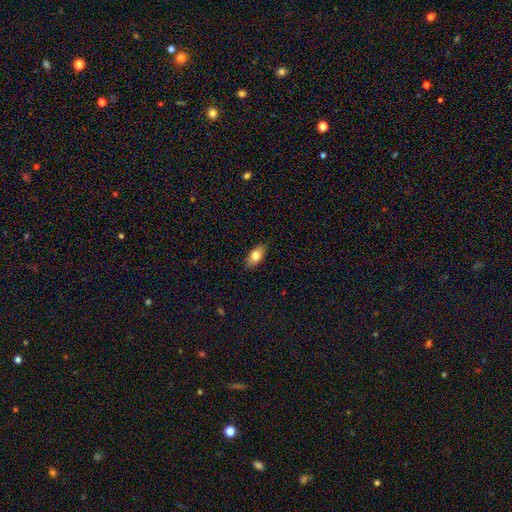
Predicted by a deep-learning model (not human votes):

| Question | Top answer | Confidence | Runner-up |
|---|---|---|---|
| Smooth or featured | smooth | 78% | featured or disk (15%) |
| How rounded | in between | 87% | cigar-shaped (8%) |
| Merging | none | 88% | minor disturbance (9%) |